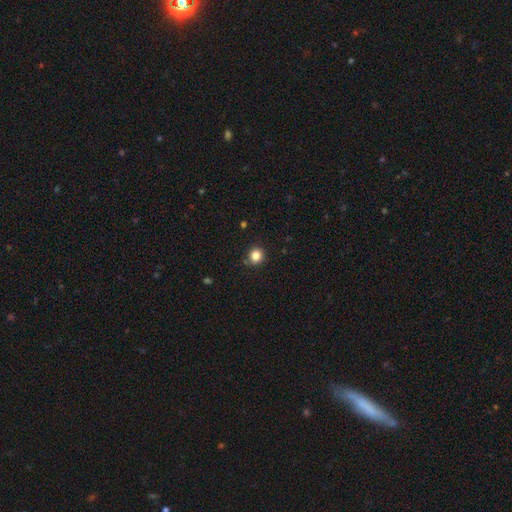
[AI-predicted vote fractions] Smooth or featured?
  - smooth: 84% *
  - star or artifact: 12%
  - featured or disk: 5%
How rounded?
  - round: 90% *
  - in between: 9%
  - cigar-shaped: 1%
Merging?
  - none: 87% *
  - minor disturbance: 9%
  - major disturbance: 2%
  - merger: 2%